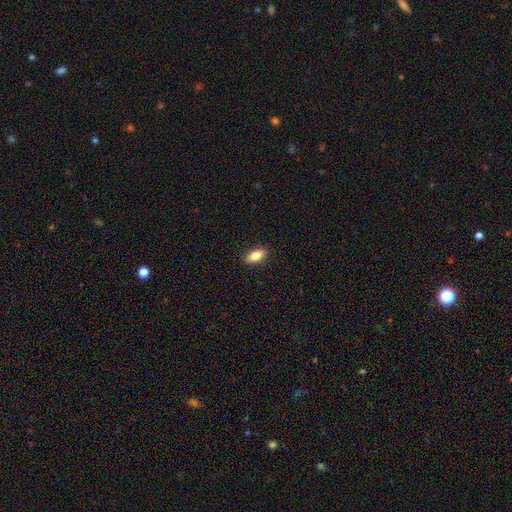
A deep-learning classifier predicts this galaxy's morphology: smooth 80%, featured or disk 13%, star or artifact 7%. Down the decision tree: how rounded — in between (85%); merging — none (89%).